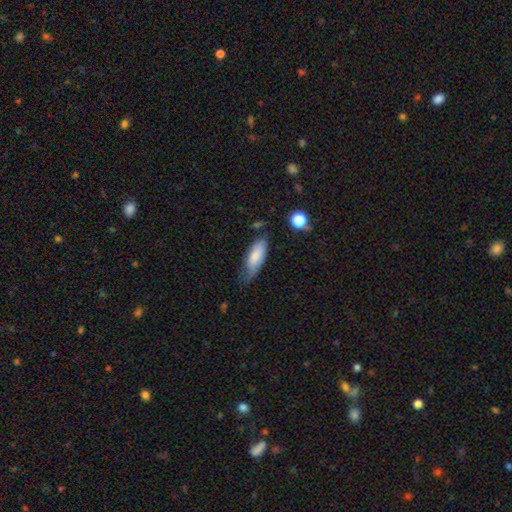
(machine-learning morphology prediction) This is likely a smooth galaxy (76%). How rounded: likely in between (67%). Merging: possibly none (51%).